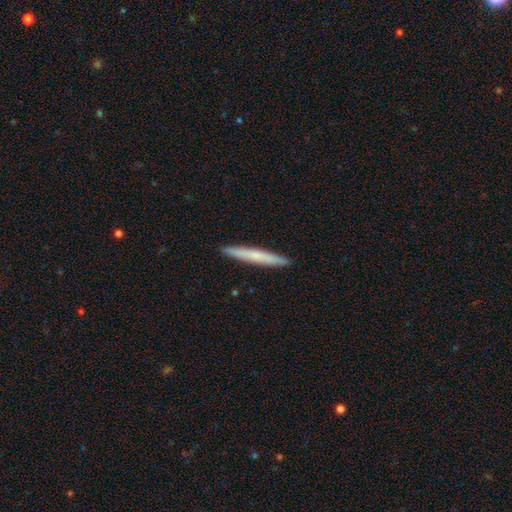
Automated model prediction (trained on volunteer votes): Morphology: type=smooth (62%); roundness=cigar-shaped (96%); merging=none (93%).